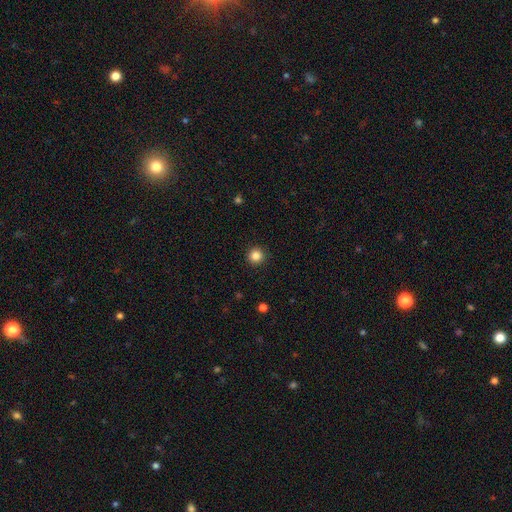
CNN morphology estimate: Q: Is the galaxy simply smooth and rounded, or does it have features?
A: smooth — 84%.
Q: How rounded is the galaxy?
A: round — 96%.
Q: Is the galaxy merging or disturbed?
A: none — 93%.